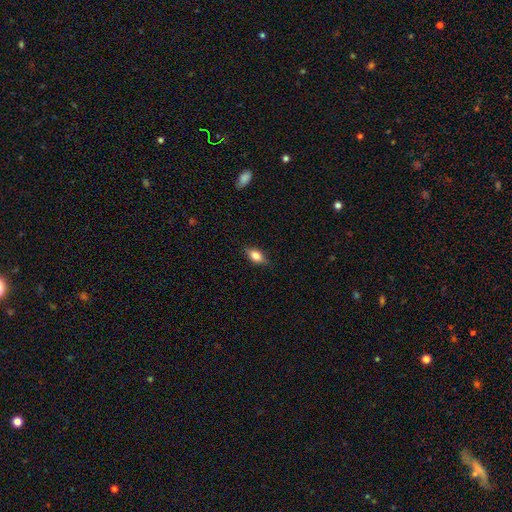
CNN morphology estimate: Smooth or featured: smooth — 72% (featured or disk — 20%)
How rounded: in between — 82% (cigar-shaped — 12%)
Merging: none — 84% (minor disturbance — 12%)